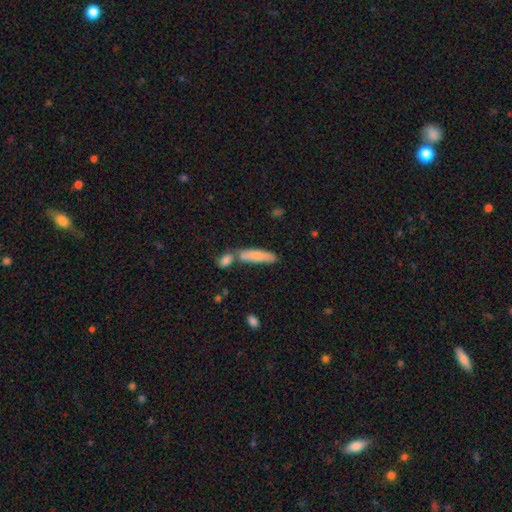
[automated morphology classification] Overall: smooth (77%). How rounded: cigar-shaped (72%). Merging: none (50%; merger 32%).